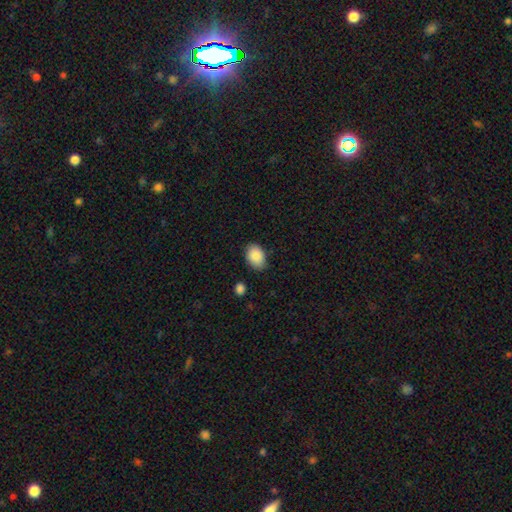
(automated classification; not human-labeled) smooth_or_featured: smooth (p=0.88) [alt: star or artifact p=0.07]
how_rounded: in between (p=0.82) [alt: round p=0.17]
merging: none (p=0.79) [alt: minor disturbance p=0.16]